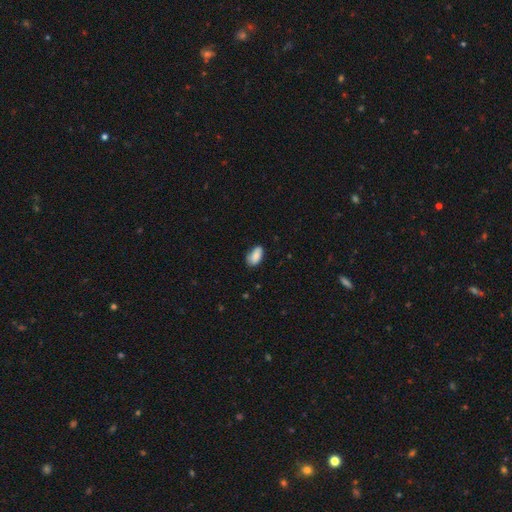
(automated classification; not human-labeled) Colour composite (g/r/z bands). It shows a smooth galaxy with no disk features (85%) that is in between round and cigar-shaped (92%). Merging: none (67%).